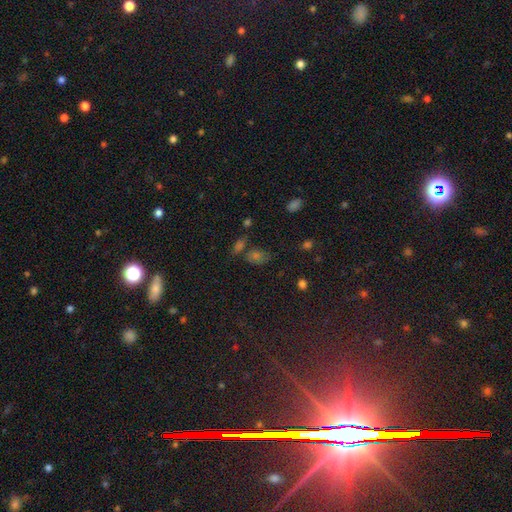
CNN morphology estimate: This appears to be a smooth galaxy with no disk features (48%). Merging: none (62%).